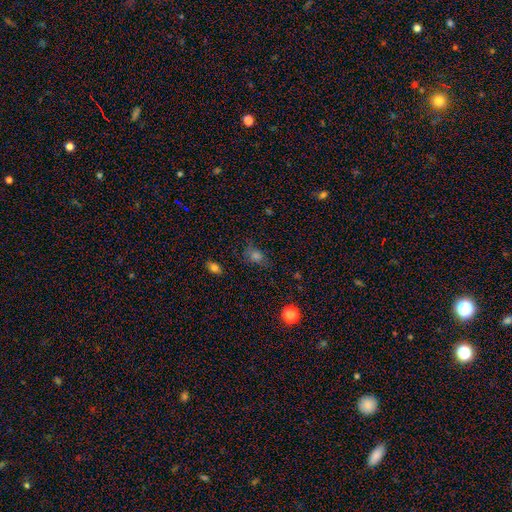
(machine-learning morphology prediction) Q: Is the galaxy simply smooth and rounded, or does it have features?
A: smooth — 65%.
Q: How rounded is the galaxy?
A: in between — 59%.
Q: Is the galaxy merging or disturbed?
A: none — 66%.